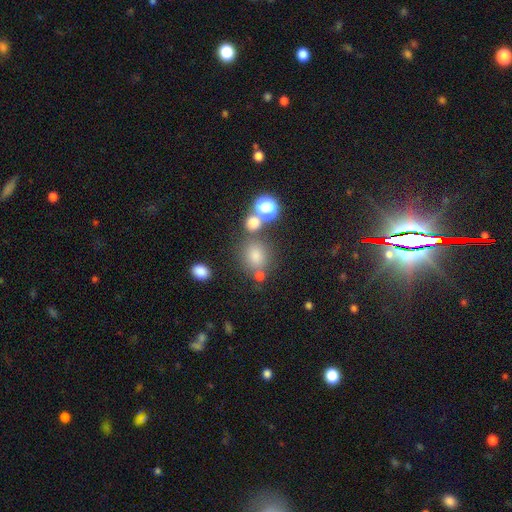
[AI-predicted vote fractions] smooth_or_featured: smooth (p=0.75) [alt: star or artifact p=0.17]
how_rounded: round (p=0.76) [alt: in between p=0.23]
merging: none (p=0.66) [alt: merger p=0.17]